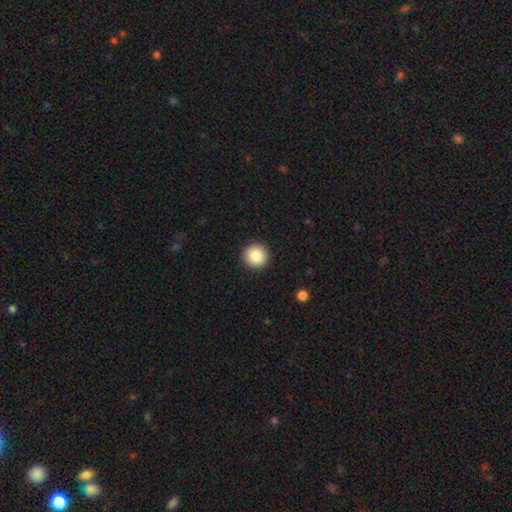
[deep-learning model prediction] This appears to be a smooth galaxy with no disk features (87%) that is round (96%). Merging: none (93%).